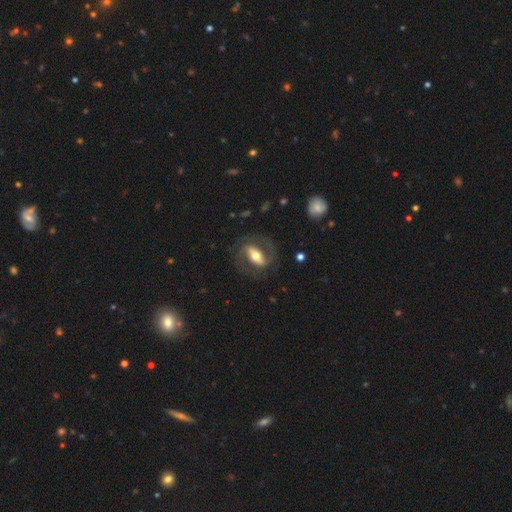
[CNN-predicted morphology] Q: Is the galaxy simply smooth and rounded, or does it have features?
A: featured or disk — 78%.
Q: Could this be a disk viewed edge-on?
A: no — 93%.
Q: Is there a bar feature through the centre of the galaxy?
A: strong — 58%.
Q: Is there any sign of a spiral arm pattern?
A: yes — 84%.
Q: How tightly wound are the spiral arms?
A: medium — 52%.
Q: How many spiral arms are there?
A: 2 — 89%.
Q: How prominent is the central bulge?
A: moderate — 64%.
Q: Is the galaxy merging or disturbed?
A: none — 75%.